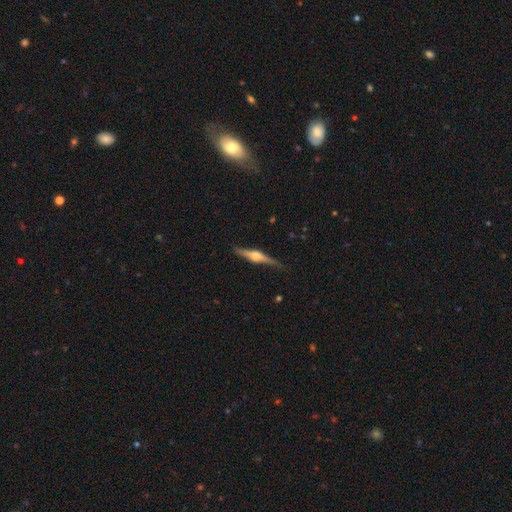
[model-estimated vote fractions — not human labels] Overall: featured or disk (79%). Edge-on disk: yes (98%). Edge-on bulge: rounded (92%). Merging: none (86%).